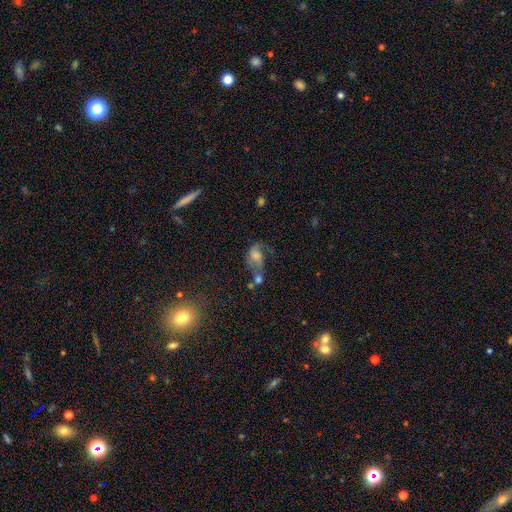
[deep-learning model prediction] Smooth or featured? Predicted: featured or disk (p=0.46). Merging? Predicted: none (p=0.32).